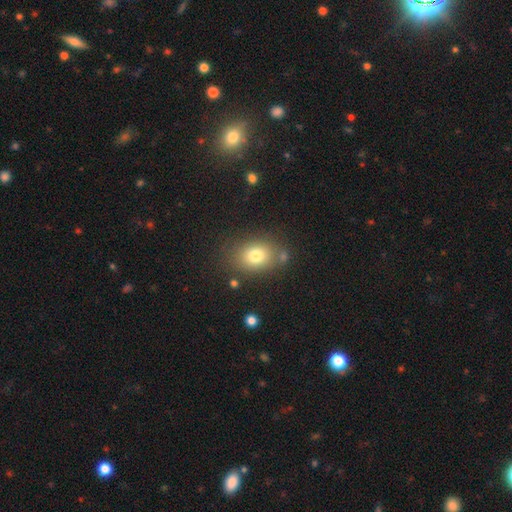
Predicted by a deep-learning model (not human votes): smooth-or-featured: smooth: 77% | star or artifact: 11% | featured or disk: 11%
  how-rounded: in between: 64% | round: 35% | cigar-shaped: 1%
  merging: none: 76% | minor disturbance: 13% | merger: 6% | major disturbance: 5%